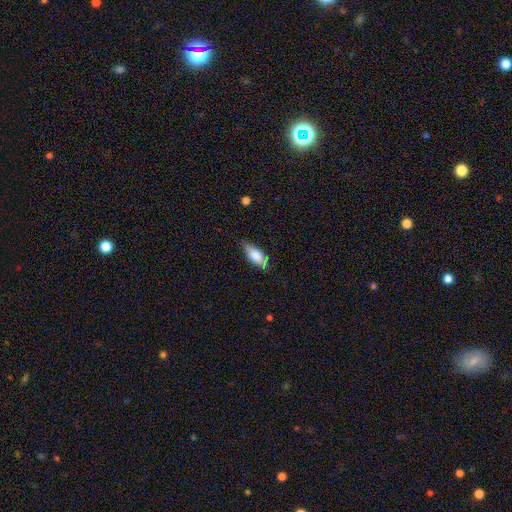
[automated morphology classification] Q: Smooth or featured?
A: smooth (73%); runner-up: featured or disk (20%)
Q: How rounded?
A: in between (75%); runner-up: cigar-shaped (23%)
Q: Merging?
A: none (70%); runner-up: minor disturbance (23%)